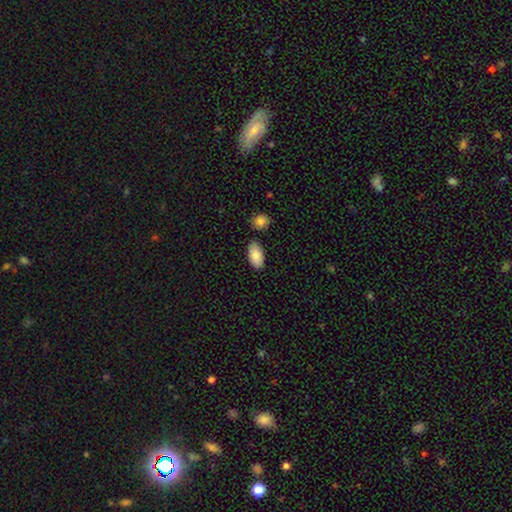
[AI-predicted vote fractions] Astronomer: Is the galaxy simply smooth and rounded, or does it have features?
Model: smooth — 87%.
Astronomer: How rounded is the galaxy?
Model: in between — 95%.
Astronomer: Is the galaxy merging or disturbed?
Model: none — 82%.